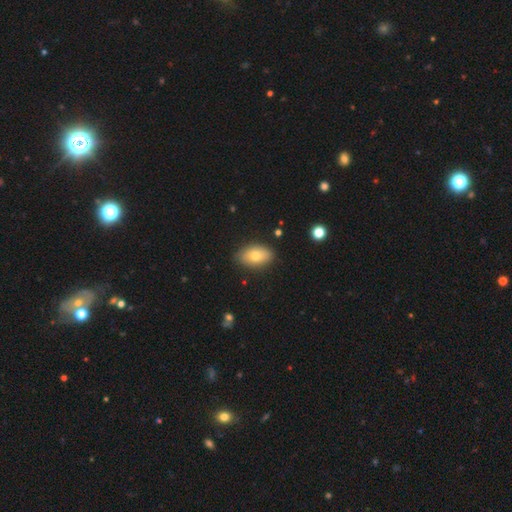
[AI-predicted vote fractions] smooth 78%, featured or disk 15%, star or artifact 7%. Down the decision tree: how rounded — in between (91%); merging — none (85%).